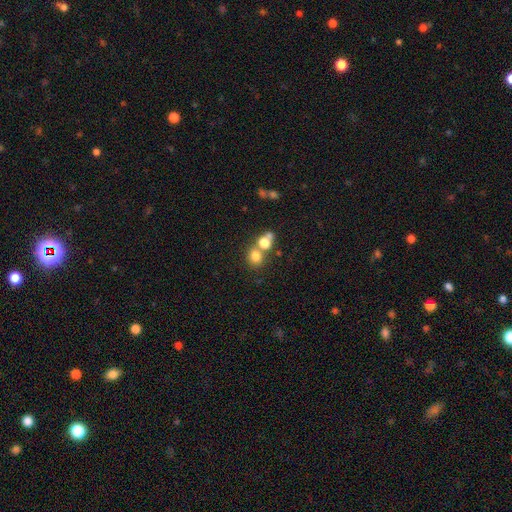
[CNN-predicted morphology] Overall: smooth (74%). How rounded: round (74%). Merging: none (53%; merger 35%).